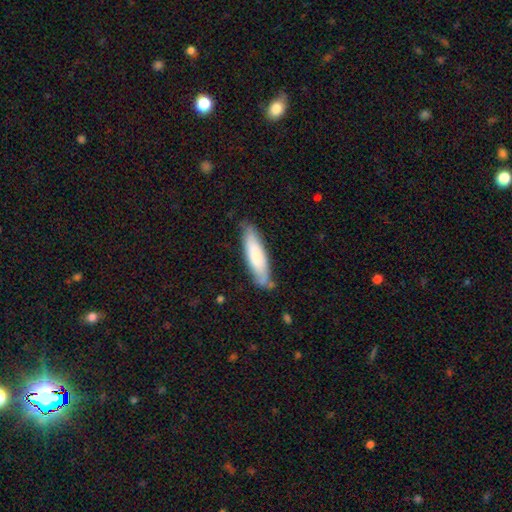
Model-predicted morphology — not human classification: Overall: smooth (72%). How rounded: cigar-shaped (70%). Merging: none (77%).